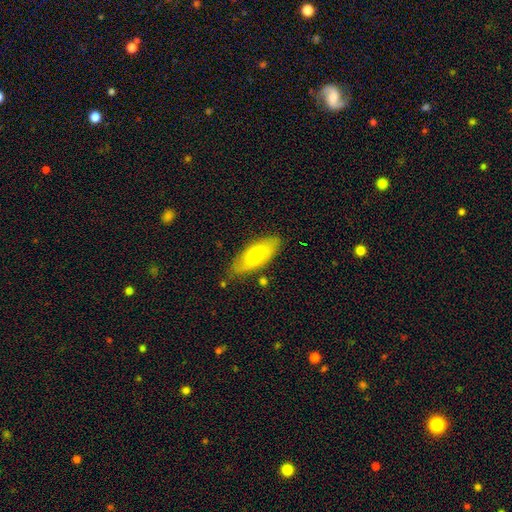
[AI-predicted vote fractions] The model was most divided on "smooth or featured": smooth: 67%, featured or disk: 27%, star or artifact: 6%. More confident: how rounded — in between (80%); merging — none (79%).